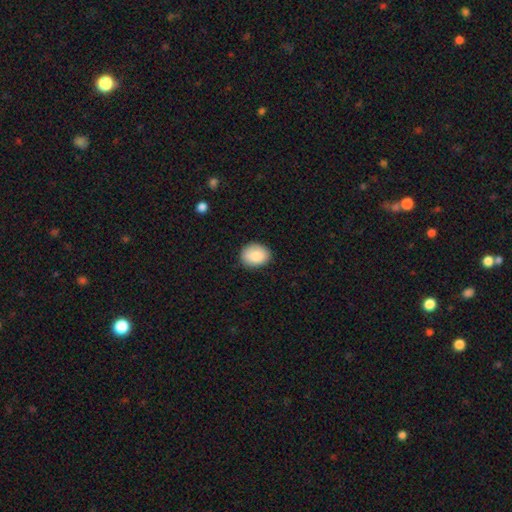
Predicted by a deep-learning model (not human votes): Smooth or featured: smooth — 87% (star or artifact — 7%)
How rounded: in between — 60% (round — 40%)
Merging: none — 85% (minor disturbance — 12%)